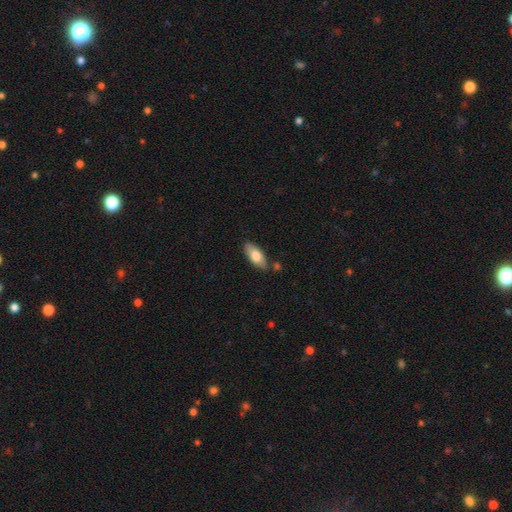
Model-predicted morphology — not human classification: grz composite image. It shows a smooth galaxy with no disk features (78%) that is in between round and cigar-shaped (84%). Merging: none (80%).